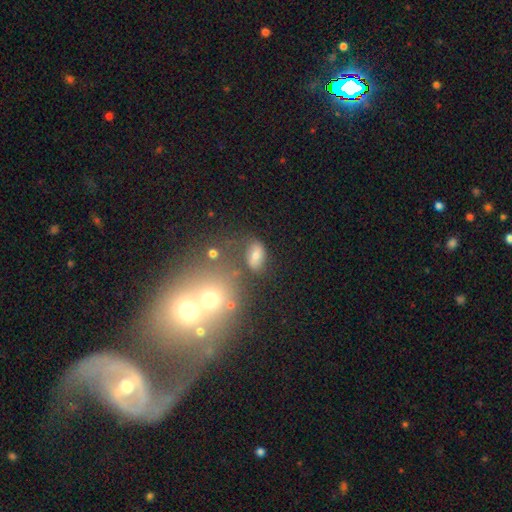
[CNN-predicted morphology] A smooth galaxy with no disk features (65%) that is in between round and cigar-shaped (83%). Merging: none (69%).